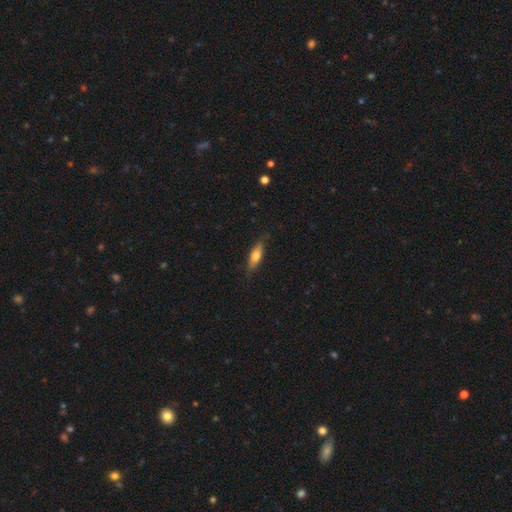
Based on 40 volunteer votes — Smooth or featured? 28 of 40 (70%) said smooth. How rounded? 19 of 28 (68%) said cigar-shaped. Merging? 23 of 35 (66%) said none.